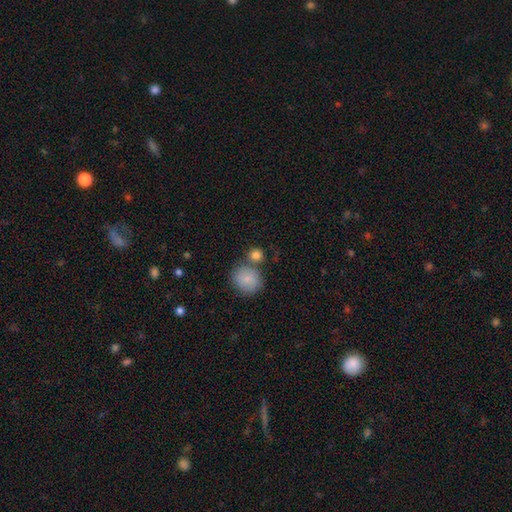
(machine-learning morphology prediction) smooth-or-featured: smooth: 83% | star or artifact: 9% | featured or disk: 8%
  how-rounded: round: 81% | in between: 18% | cigar-shaped: 1%
  merging: none: 58% | merger: 28% | minor disturbance: 10% | major disturbance: 4%